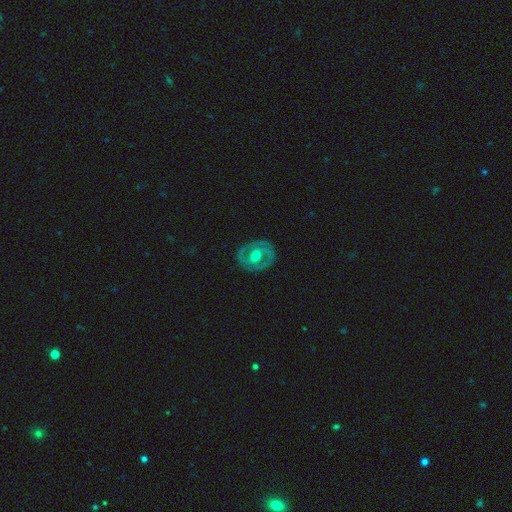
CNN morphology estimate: The model was most divided on "spiral arms" (2-way tie): no: 50%, yes: 50%. More confident: edge-on disk — no (96%); merging — none (82%); smooth or featured — featured or disk (70%); bulge size — moderate (70%); bar — no (57%).